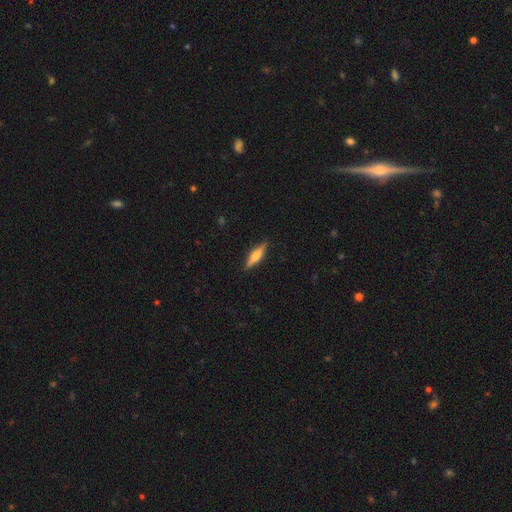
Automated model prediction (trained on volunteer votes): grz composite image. It shows a smooth galaxy with no disk features (53%) that is cigar-shaped (68%). Merging: none (87%).